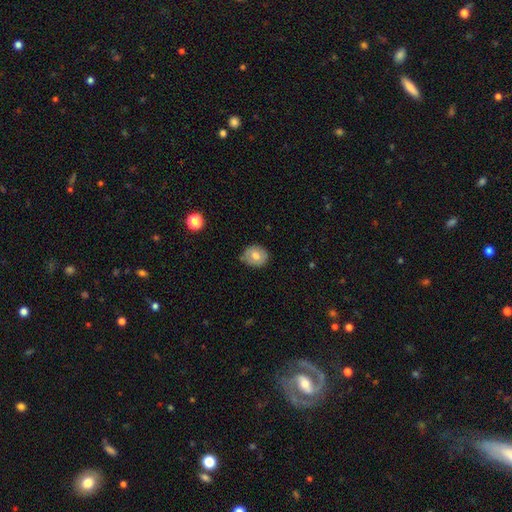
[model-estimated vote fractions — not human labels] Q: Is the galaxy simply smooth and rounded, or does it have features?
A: smooth — 70%.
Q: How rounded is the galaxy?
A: round — 67%.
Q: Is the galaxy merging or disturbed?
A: none — 78%.